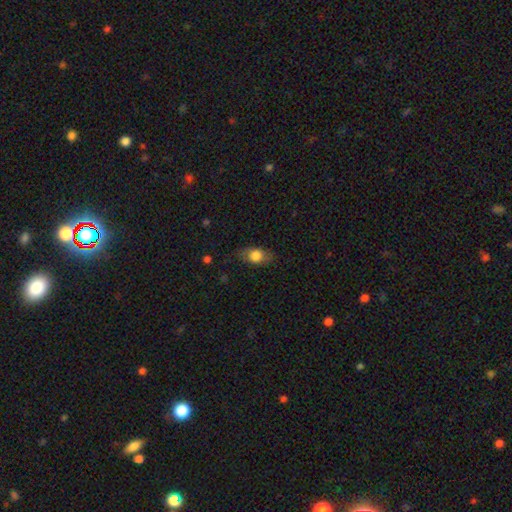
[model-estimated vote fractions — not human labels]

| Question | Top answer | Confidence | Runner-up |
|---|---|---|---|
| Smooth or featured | smooth | 74% | featured or disk (19%) |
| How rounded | in between | 76% | round (19%) |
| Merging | none | 76% | minor disturbance (17%) |